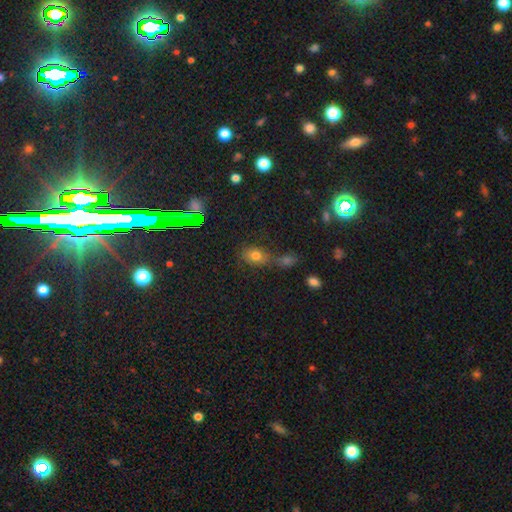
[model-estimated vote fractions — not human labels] Smooth or featured?
  - smooth: 70% *
  - star or artifact: 19%
  - featured or disk: 11%
How rounded?
  - in between: 67% *
  - round: 31%
  - cigar-shaped: 2%
Merging?
  - none: 46% *
  - merger: 33%
  - minor disturbance: 14%
  - major disturbance: 7%